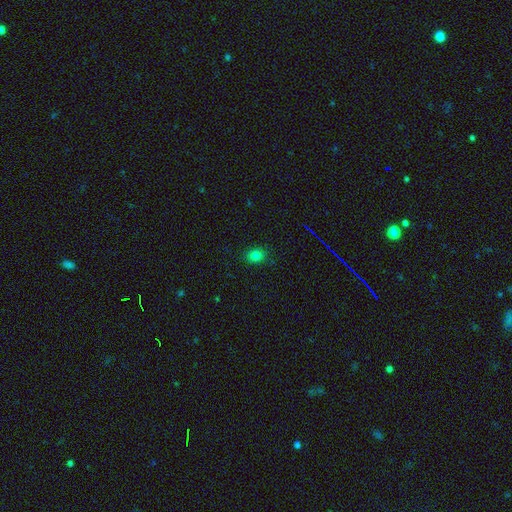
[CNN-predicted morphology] Smooth or featured? smooth (78%)
How rounded? in between (51%)
Merging? none (86%)